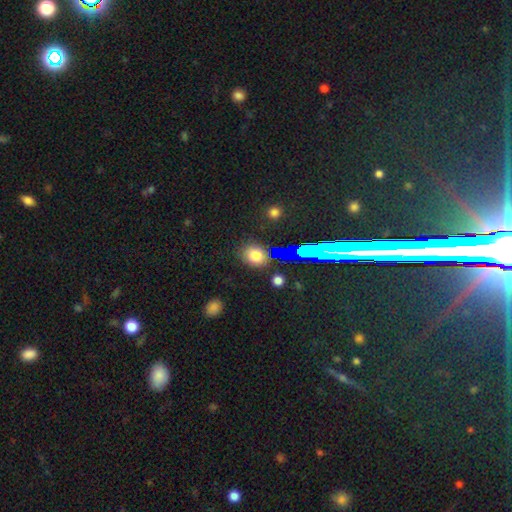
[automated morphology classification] smooth-or-featured: smooth: 75% | star or artifact: 18% | featured or disk: 8%
  how-rounded: in between: 50% | round: 49% | cigar-shaped: 2%
  merging: none: 80% | minor disturbance: 12% | merger: 4% | major disturbance: 4%